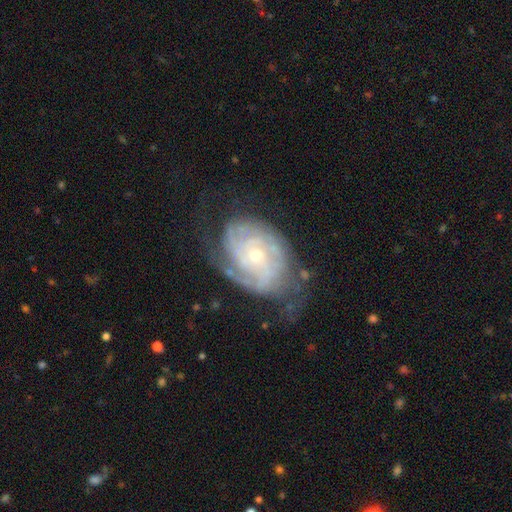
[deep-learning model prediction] smooth-or-featured: featured or disk: 84% | smooth: 9% | star or artifact: 6%
  disk-edge-on: no: 97% | yes: 3%
    bar: no: 77% | weak: 19% | strong: 4%
    has-spiral-arms: yes: 94% | no: 6%
      spiral-winding: tight: 68% | medium: 25% | loose: 7%
      spiral-arm-count: can't tell: 39% | 2: 20% | 3: 17% | 4: 13% | more than 4: 6% | 1: 5%
    bulge-size: small: 66% | moderate: 31% | large: 1% | none: 1% | dominant: 1%
  merging: none: 60% | minor disturbance: 24% | major disturbance: 15% | merger: 2%